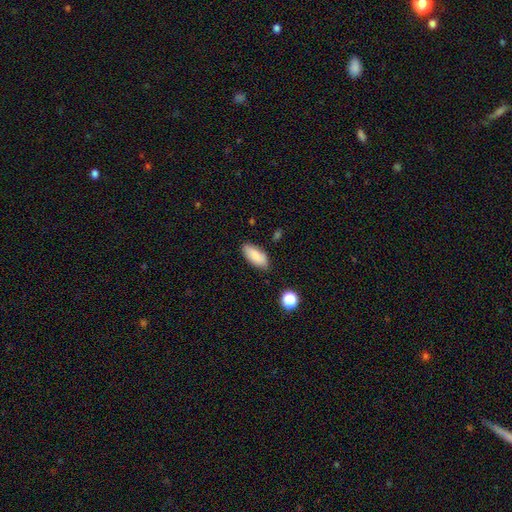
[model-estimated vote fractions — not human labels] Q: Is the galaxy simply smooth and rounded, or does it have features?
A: smooth — 86%.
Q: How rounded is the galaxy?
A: in between — 86%.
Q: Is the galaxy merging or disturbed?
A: none — 81%.